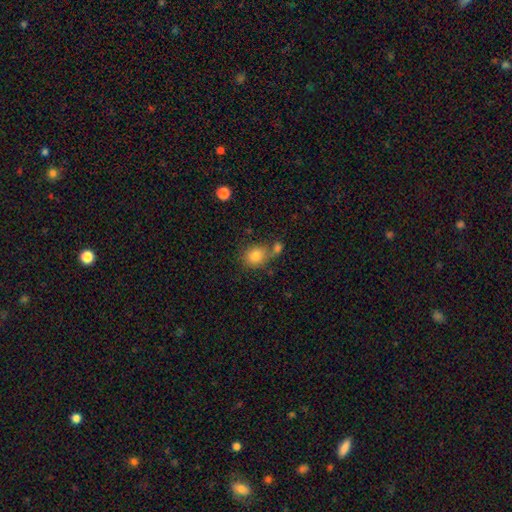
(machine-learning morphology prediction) Smooth or featured? smooth (82%)
How rounded? round (65%)
Merging? none (52%)